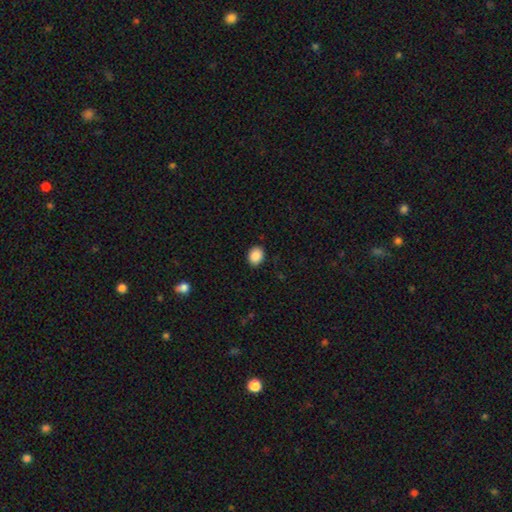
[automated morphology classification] smooth 90%, star or artifact 8%, featured or disk 2%. Down the decision tree: how rounded — in between (54%); merging — none (90%).